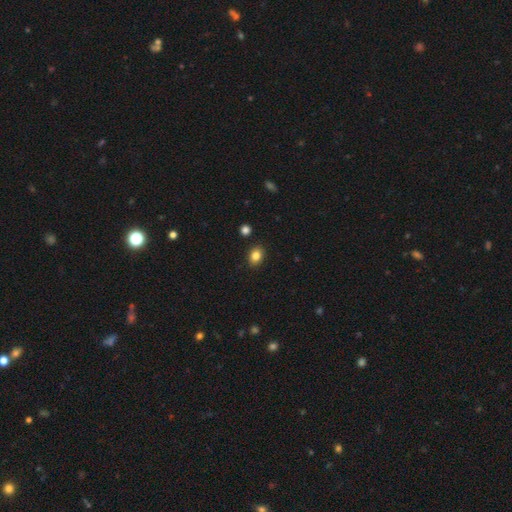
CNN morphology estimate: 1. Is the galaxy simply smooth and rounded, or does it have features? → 84% smooth, 10% star or artifact, 6% featured or disk.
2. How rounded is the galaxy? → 61% in between, 38% round, 1% cigar-shaped.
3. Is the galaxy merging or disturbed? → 88% none, 8% minor disturbance, 2% major disturbance, 2% merger.